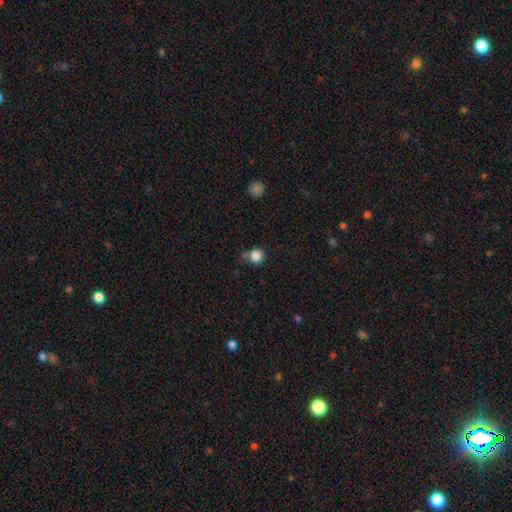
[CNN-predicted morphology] Smooth or featured: smooth — 85% (star or artifact — 11%)
How rounded: round — 92% (in between — 7%)
Merging: none — 71% (minor disturbance — 16%)